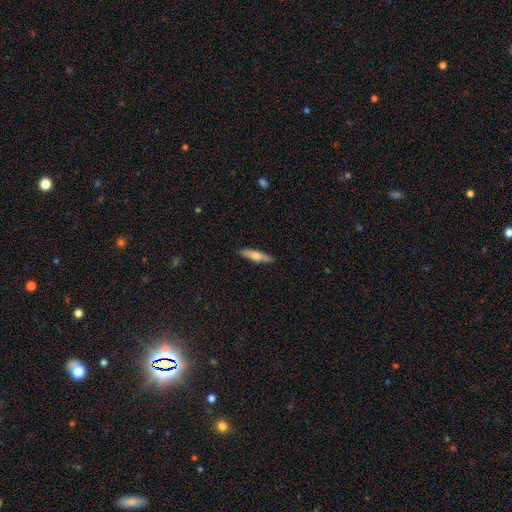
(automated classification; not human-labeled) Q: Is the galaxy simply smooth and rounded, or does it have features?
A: smooth — 62%.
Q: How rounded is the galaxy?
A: cigar-shaped — 78%.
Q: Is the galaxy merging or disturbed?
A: none — 89%.